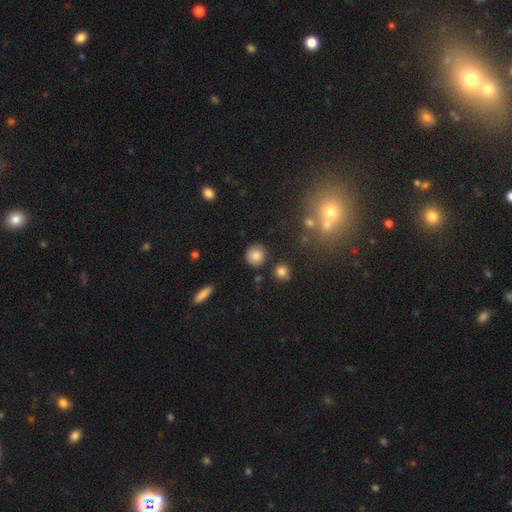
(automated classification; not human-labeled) Smooth or featured?
  - smooth: 81% *
  - star or artifact: 11%
  - featured or disk: 8%
How rounded?
  - round: 91% *
  - in between: 8%
  - cigar-shaped: 1%
Merging?
  - none: 85% *
  - minor disturbance: 9%
  - merger: 3%
  - major disturbance: 3%